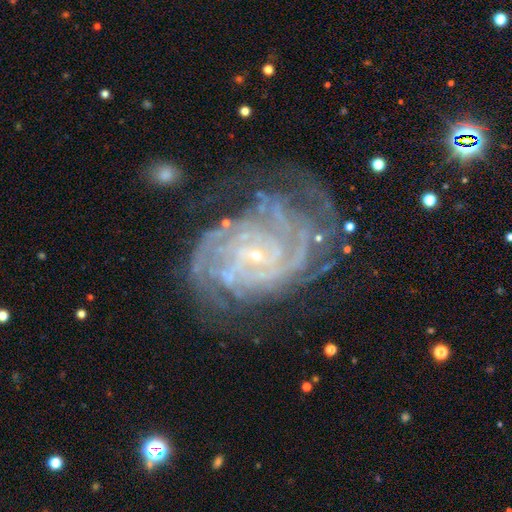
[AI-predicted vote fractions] Smooth or featured?
  - featured or disk: 89% *
  - star or artifact: 7%
  - smooth: 4%
Edge-on disk?
  - no: 97% *
  - yes: 3%
Bar?
  - no: 57% *
  - weak: 31%
  - strong: 12%
Spiral arms?
  - yes: 97% *
  - no: 3%
Spiral winding?
  - tight: 73% *
  - medium: 23%
  - loose: 4%
Spiral arm count?
  - can't tell: 25% *
  - 4: 22%
  - 3: 16%
  - 2: 15%
  - more than 4: 15%
  - 1: 8%
Bulge size?
  - small: 87% *
  - moderate: 8%
  - none: 3%
  - large: 1%
  - dominant: 1%
Merging?
  - none: 59% *
  - minor disturbance: 22%
  - major disturbance: 15%
  - merger: 3%